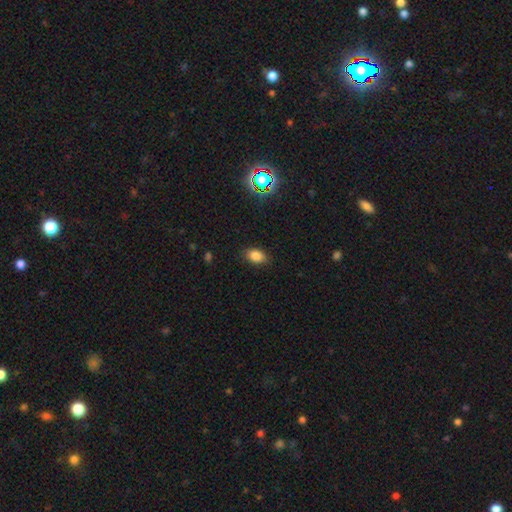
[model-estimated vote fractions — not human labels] Morphology: type=smooth (83%); roundness=in between (86%); merging=none (85%).